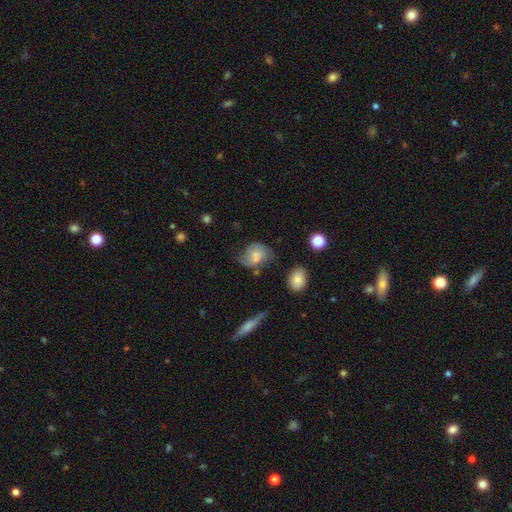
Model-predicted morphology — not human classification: Smooth or featured?
  - smooth: 47% *
  - featured or disk: 44%
  - star or artifact: 9%
Merging?
  - none: 46% *
  - minor disturbance: 30%
  - major disturbance: 18%
  - merger: 6%